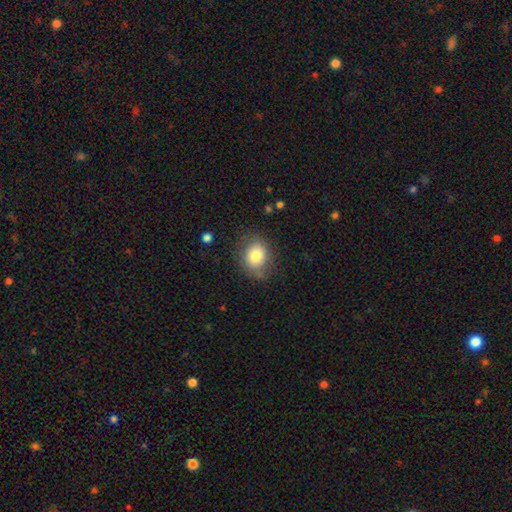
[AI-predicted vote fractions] Smooth or featured? Predicted: smooth (p=0.77). How rounded? Predicted: round (p=0.64). Merging? Predicted: none (p=0.76).